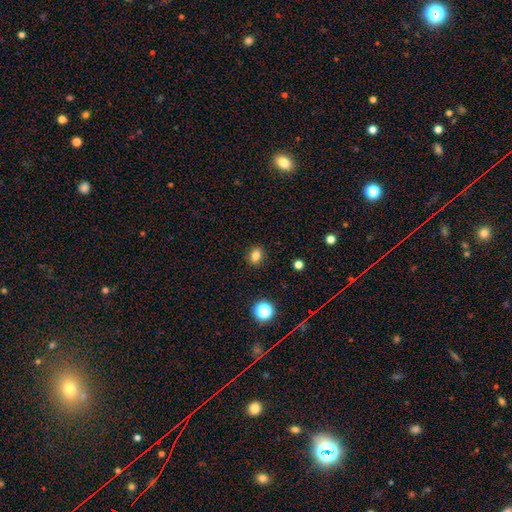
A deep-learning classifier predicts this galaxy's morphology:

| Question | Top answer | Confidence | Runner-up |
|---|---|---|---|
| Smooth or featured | smooth | 82% | star or artifact (13%) |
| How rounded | in between | 55% | round (44%) |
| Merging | none | 89% | minor disturbance (8%) |